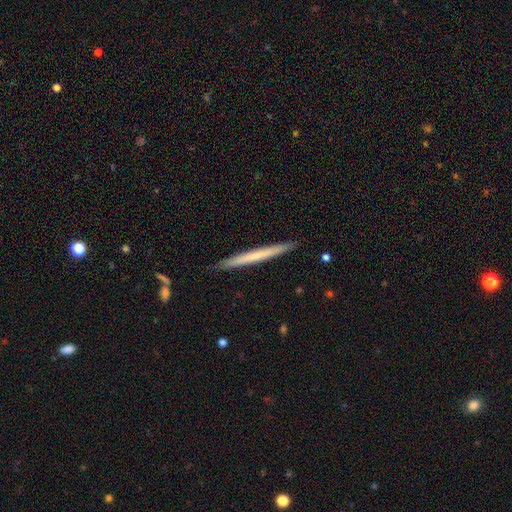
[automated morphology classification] The model was most divided on "smooth or featured": smooth: 56%, featured or disk: 39%, star or artifact: 5%. More confident: how rounded — cigar-shaped (97%); merging — none (92%).